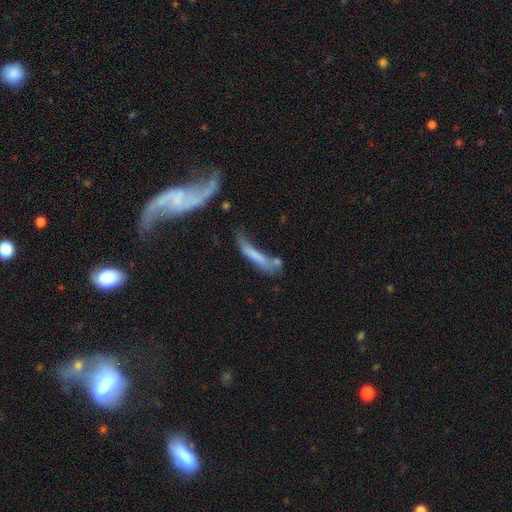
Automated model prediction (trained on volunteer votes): Overall: smooth (61%; featured or disk 30%). How rounded: cigar-shaped (85%). Merging: none (31%; major disturbance 24%).